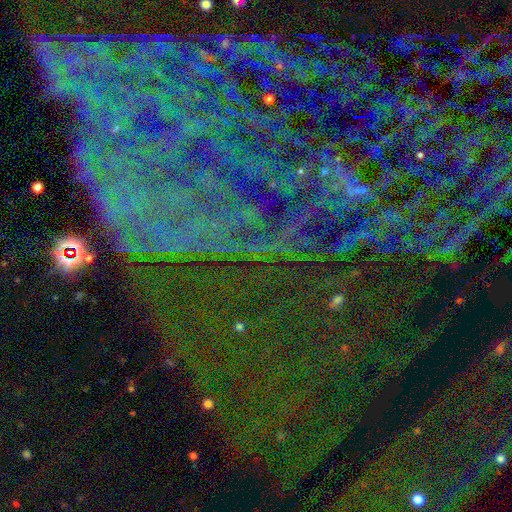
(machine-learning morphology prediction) Smooth or featured? star or artifact (80%)